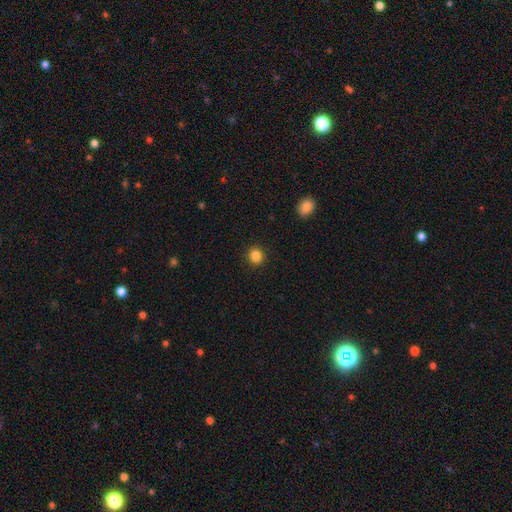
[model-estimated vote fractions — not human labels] Smooth or featured? smooth (85%)
How rounded? round (87%)
Merging? none (92%)